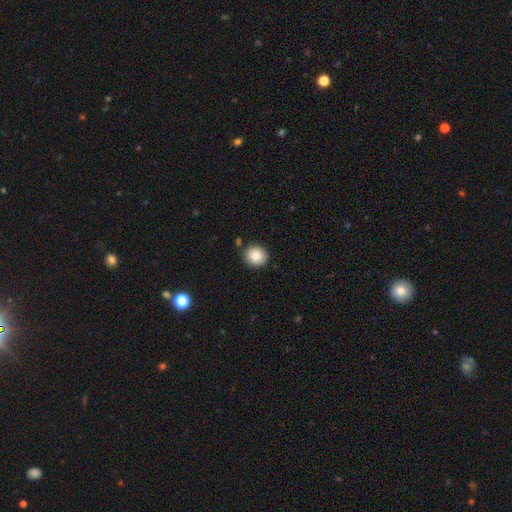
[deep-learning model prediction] Smooth or featured? smooth (84%)
How rounded? round (87%)
Merging? none (88%)